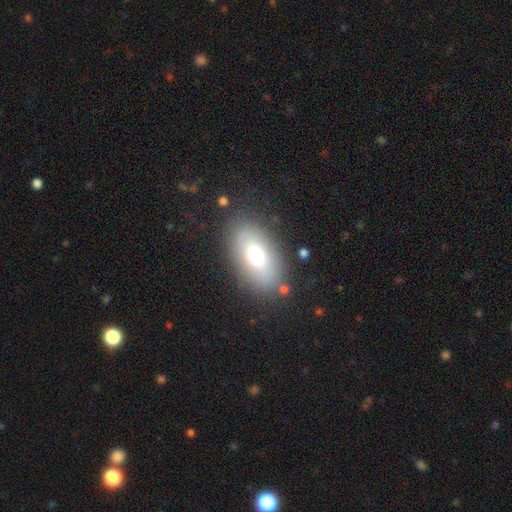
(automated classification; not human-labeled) A smooth galaxy with no disk features (68%) that is in between round and cigar-shaped (90%).

Vote fractions:
- Smooth or featured? smooth: 68% / featured or disk: 23% / star or artifact: 9%
- How rounded? in between: 90% / round: 6% / cigar-shaped: 4%
- Merging? none: 82% / minor disturbance: 11% / major disturbance: 5% / merger: 3%